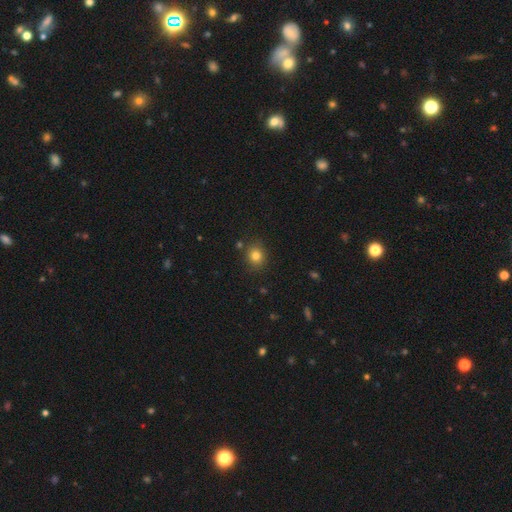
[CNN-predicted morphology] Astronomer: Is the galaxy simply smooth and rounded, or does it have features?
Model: smooth — 81%.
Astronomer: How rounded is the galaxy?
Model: round — 77%.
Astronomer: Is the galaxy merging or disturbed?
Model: none — 85%.